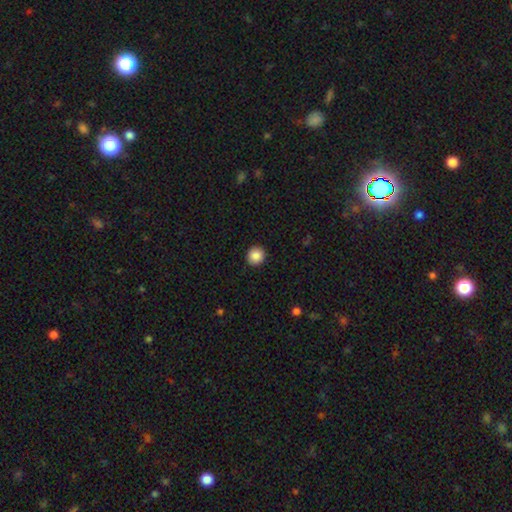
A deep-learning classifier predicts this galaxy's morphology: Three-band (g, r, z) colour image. It shows a smooth galaxy with no disk features (88%) that is round (92%). Merging: none (93%).